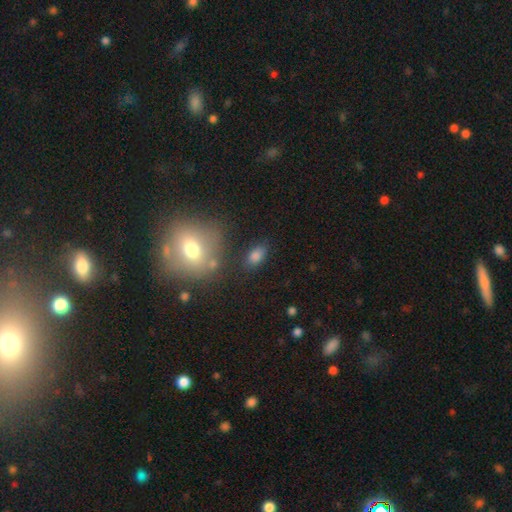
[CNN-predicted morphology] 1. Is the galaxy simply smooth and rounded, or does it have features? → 81% smooth, 12% star or artifact, 7% featured or disk.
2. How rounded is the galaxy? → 89% in between, 8% round, 3% cigar-shaped.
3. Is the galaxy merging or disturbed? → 77% none, 14% minor disturbance, 5% merger, 4% major disturbance.